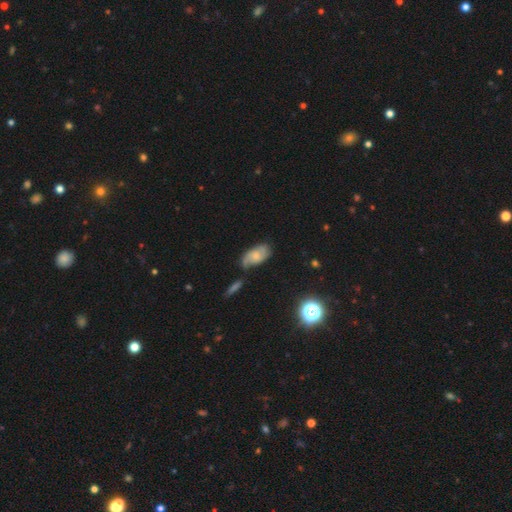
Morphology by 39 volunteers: Q: Smooth or featured?
A: featured or disk (51%); runner-up: smooth (44%)
Q: Edge-on disk?
A: no (95%); runner-up: yes (5%)
Q: Bar?
A: no (84%); runner-up: weak (16%)
Q: Spiral arms?
A: yes (79%); runner-up: no (21%)
Q: Spiral winding?
A: medium (47%); runner-up: tight (40%)
Q: Spiral arm count?
A: 2 (60%); runner-up: can't tell (20%)
Q: Bulge size?
A: small (42%); runner-up: moderate (37%)
Q: Merging?
A: none (62%); runner-up: minor disturbance (22%)